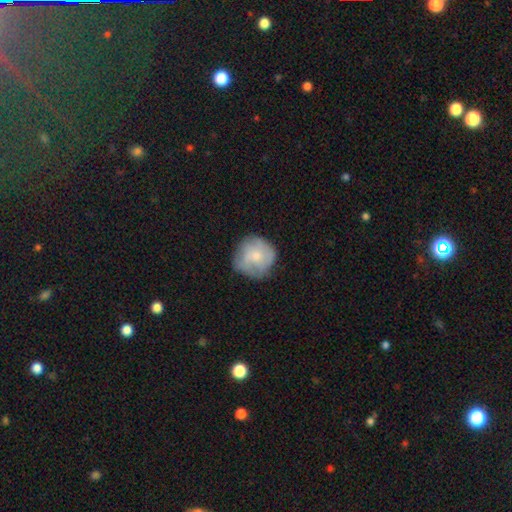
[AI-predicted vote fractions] Smooth or featured?
  - smooth: 50% *
  - featured or disk: 43%
  - star or artifact: 7%
Merging?
  - none: 67% *
  - minor disturbance: 23%
  - major disturbance: 8%
  - merger: 2%